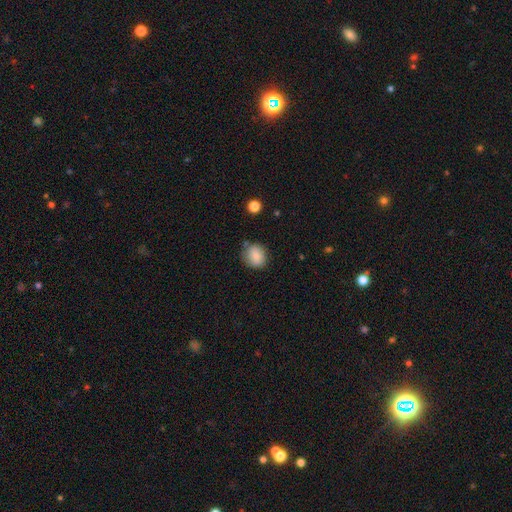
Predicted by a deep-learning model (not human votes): smooth_or_featured: smooth (p=0.83) [alt: star or artifact p=0.09]
how_rounded: round (p=0.76) [alt: in between p=0.23]
merging: none (p=0.76) [alt: minor disturbance p=0.17]